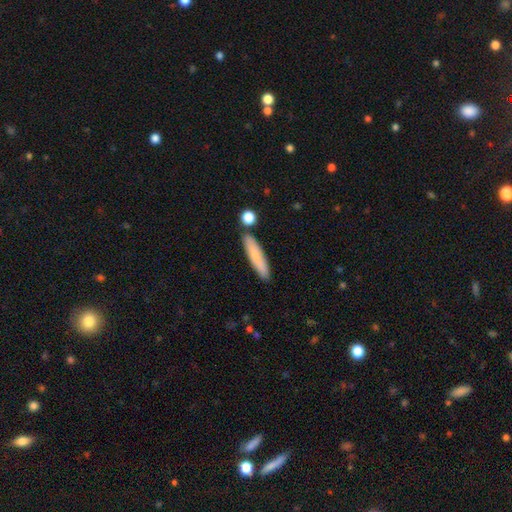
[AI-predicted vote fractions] Smooth or featured?
  - smooth: 72% *
  - featured or disk: 21%
  - star or artifact: 7%
How rounded?
  - cigar-shaped: 82% *
  - in between: 17%
  - round: 2%
Merging?
  - none: 81% *
  - minor disturbance: 11%
  - merger: 6%
  - major disturbance: 2%